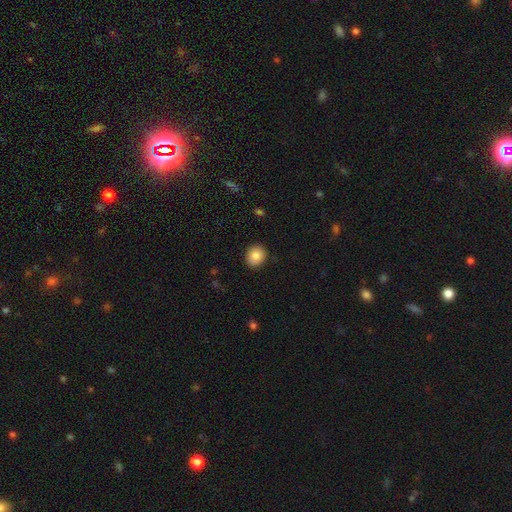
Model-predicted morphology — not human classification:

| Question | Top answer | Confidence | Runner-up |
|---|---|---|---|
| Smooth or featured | smooth | 85% | star or artifact (8%) |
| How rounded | round | 66% | in between (33%) |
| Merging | none | 90% | minor disturbance (8%) |